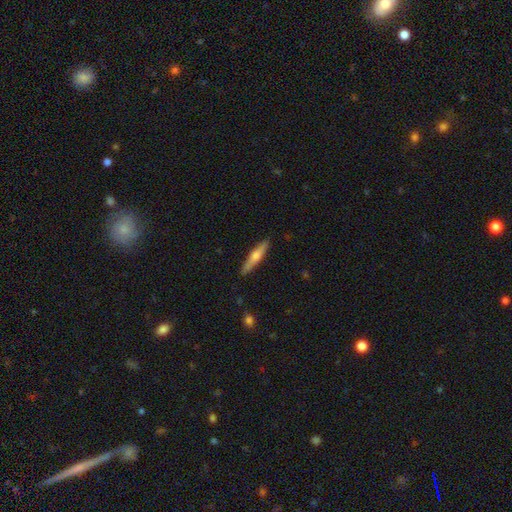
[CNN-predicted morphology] This appears to be a smooth galaxy with no disk features (47%, tied with featured or disk). Merging: none (89%).